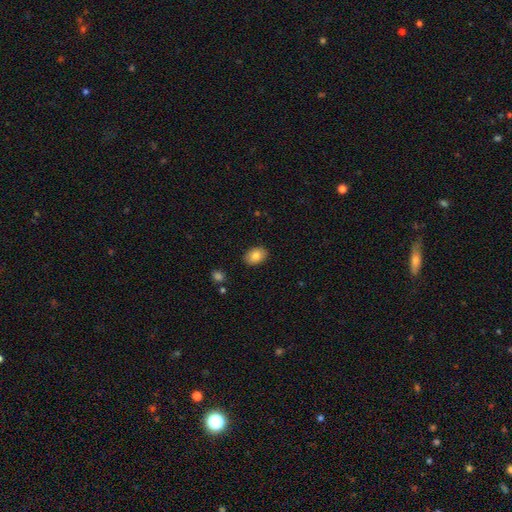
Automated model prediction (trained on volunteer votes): Smooth or featured? Predicted: smooth (p=0.83). How rounded? Predicted: in between (p=0.79). Merging? Predicted: none (p=0.88).